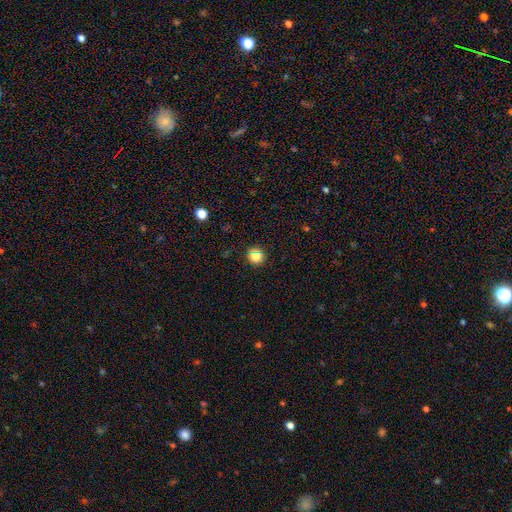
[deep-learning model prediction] Morphology: type=smooth (79%); roundness=round (93%); merging=none (89%).